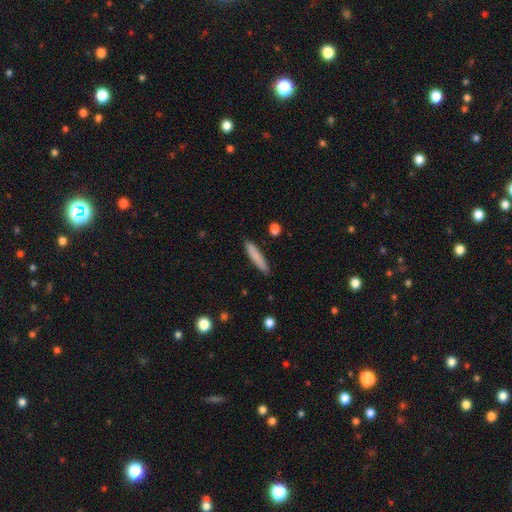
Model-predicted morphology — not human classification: Q: Smooth or featured?
A: smooth (83%); runner-up: featured or disk (10%)
Q: How rounded?
A: cigar-shaped (89%); runner-up: in between (10%)
Q: Merging?
A: none (88%); runner-up: minor disturbance (9%)